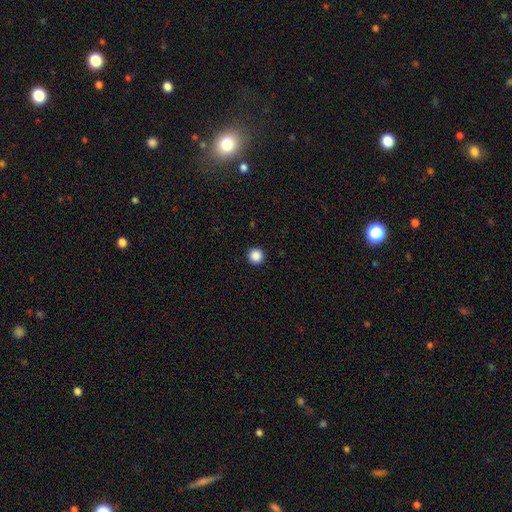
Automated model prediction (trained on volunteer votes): Overall: smooth (88%). How rounded: round (96%). Merging: none (94%).